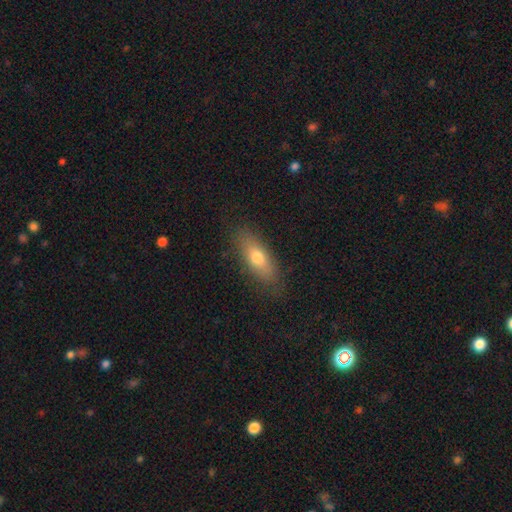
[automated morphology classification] smooth 69%, featured or disk 24%, star or artifact 8%. Down the decision tree: how rounded — in between (66%); merging — none (83%).